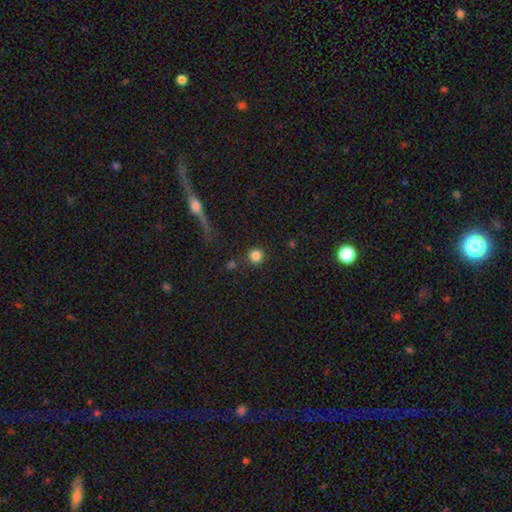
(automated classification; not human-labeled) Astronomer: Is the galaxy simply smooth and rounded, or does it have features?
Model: smooth — 84%.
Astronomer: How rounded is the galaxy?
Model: round — 95%.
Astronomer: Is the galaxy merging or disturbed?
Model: none — 86%.